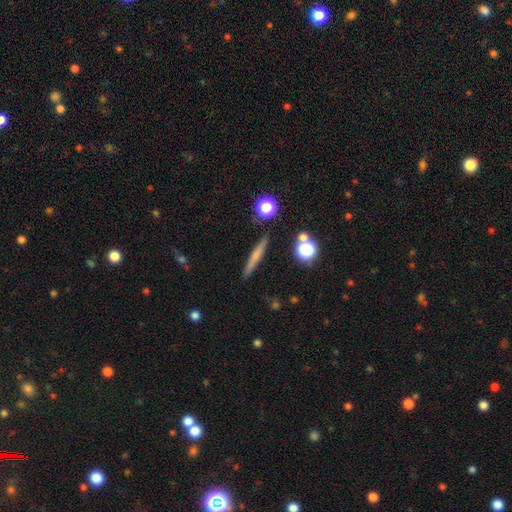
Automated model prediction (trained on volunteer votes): This appears to be a smooth galaxy with no disk features (58%) that is cigar-shaped (92%). Merging: none (88%).